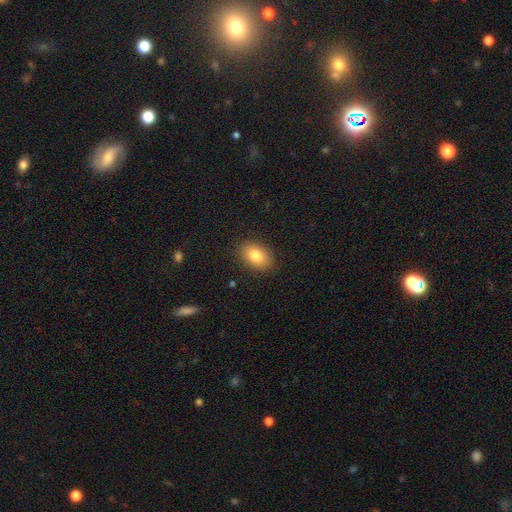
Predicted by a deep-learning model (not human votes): Smooth or featured?
  - smooth: 81% *
  - featured or disk: 10%
  - star or artifact: 8%
How rounded?
  - in between: 82% *
  - round: 17%
  - cigar-shaped: 1%
Merging?
  - none: 88% *
  - minor disturbance: 9%
  - major disturbance: 2%
  - merger: 1%